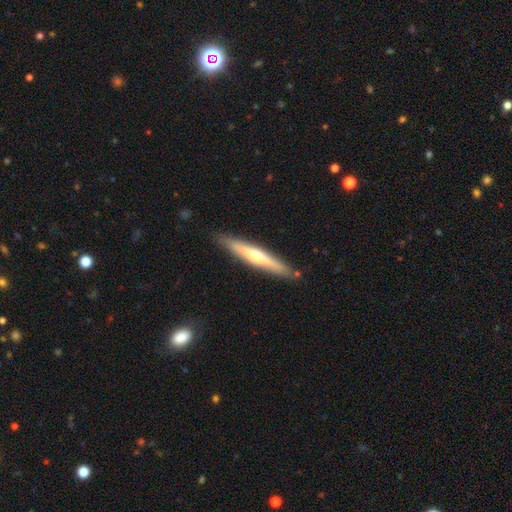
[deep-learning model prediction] This appears to be a featured or disk galaxy (58%) viewed edge-on (93%) with a rounded central bulge (79%). Merging: none (87%).